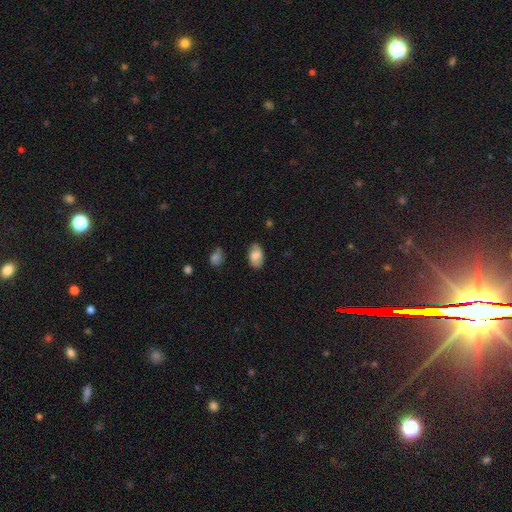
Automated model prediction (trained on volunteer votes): Morphology: type=smooth (74%); roundness=in between (92%); merging=none (77%).